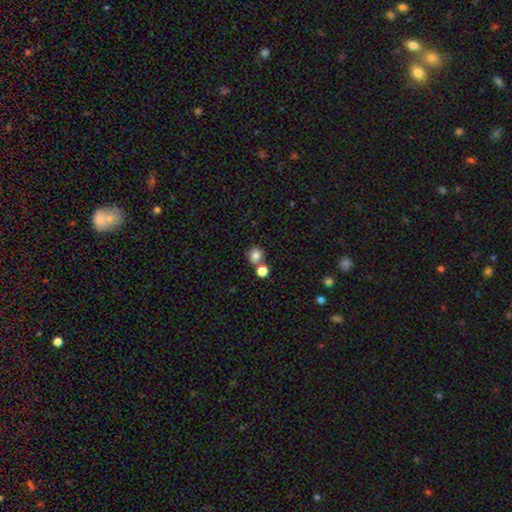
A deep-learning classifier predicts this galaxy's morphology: smooth 81%, star or artifact 12%, featured or disk 8%. Down the decision tree: how rounded — round (74%); merging — none (60%).